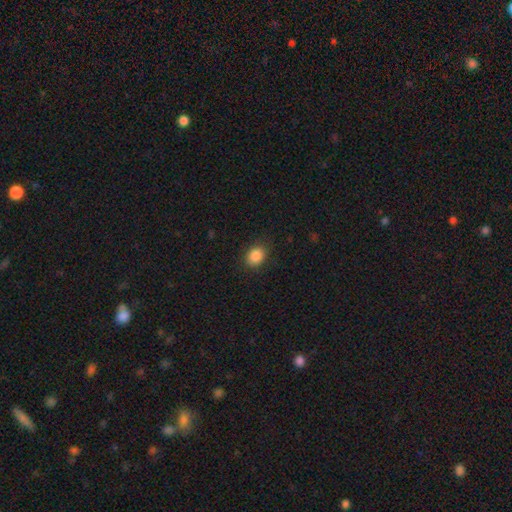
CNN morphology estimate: Smooth or featured? smooth (87%)
How rounded? in between (55%)
Merging? none (87%)